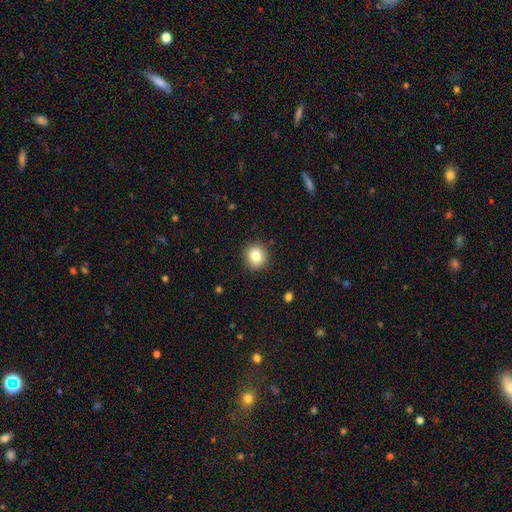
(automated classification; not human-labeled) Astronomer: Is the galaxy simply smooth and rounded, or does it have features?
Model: smooth — 82%.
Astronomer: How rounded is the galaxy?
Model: round — 85%.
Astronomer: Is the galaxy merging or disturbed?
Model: none — 90%.